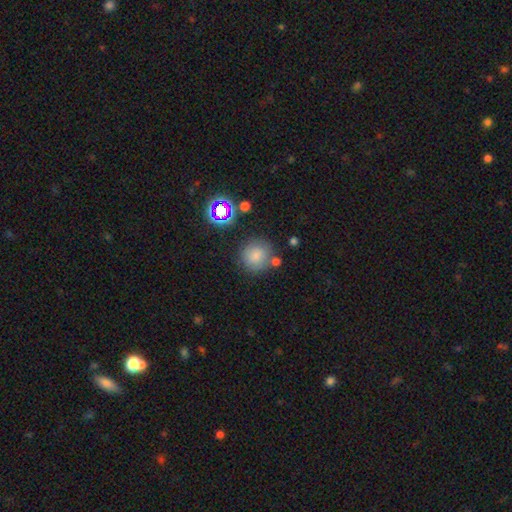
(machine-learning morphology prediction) Q: Smooth or featured?
A: smooth (76%); runner-up: star or artifact (14%)
Q: How rounded?
A: round (92%); runner-up: in between (7%)
Q: Merging?
A: none (72%); runner-up: minor disturbance (13%)